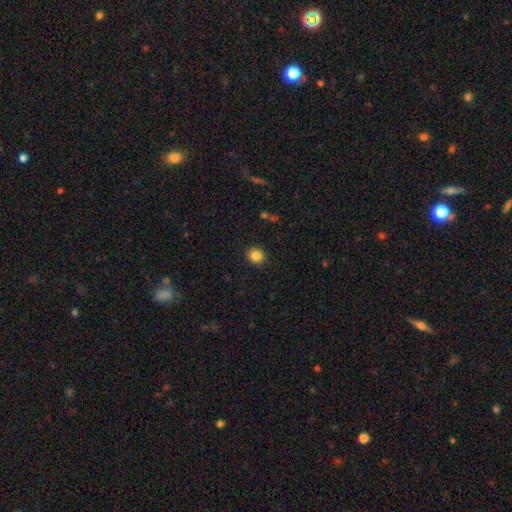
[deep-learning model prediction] Morphology: type=smooth (85%); roundness=round (84%); merging=none (90%).